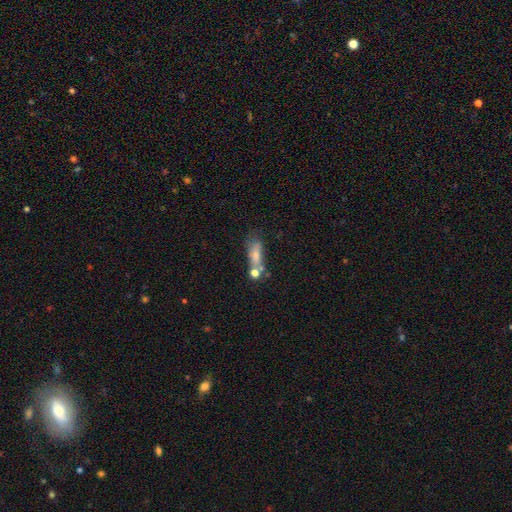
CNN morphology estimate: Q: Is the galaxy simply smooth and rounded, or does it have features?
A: smooth — 64%.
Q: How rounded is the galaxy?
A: in between — 55%.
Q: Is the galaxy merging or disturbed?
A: none — 40%.